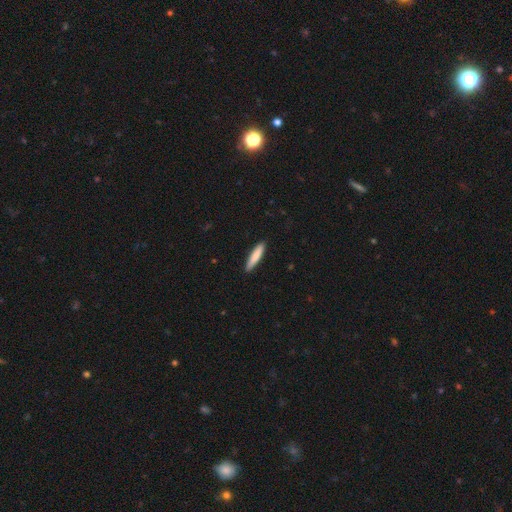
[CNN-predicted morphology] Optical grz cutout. It shows a smooth galaxy with no disk features (84%) that is cigar-shaped (84%). Merging: none (89%).